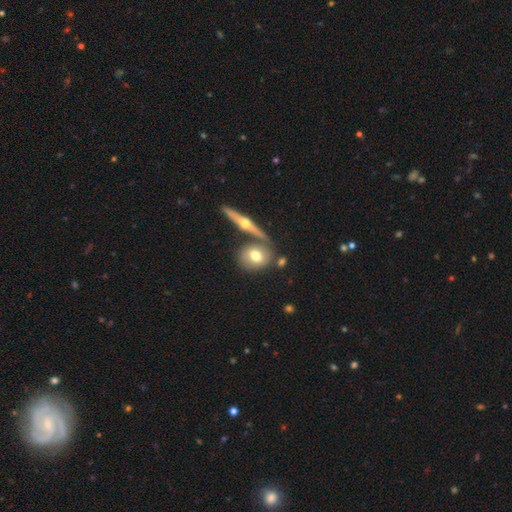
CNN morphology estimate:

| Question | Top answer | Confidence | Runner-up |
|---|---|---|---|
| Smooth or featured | smooth | 61% | featured or disk (31%) |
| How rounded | round | 63% | in between (33%) |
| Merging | none | 61% | merger (23%) |